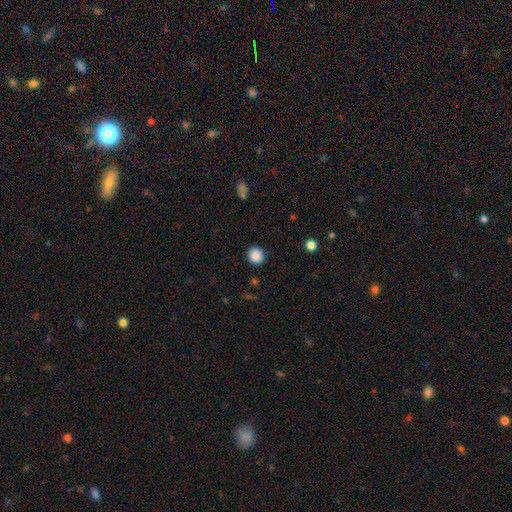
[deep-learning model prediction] Smooth or featured? smooth (88%)
How rounded? round (88%)
Merging? none (90%)